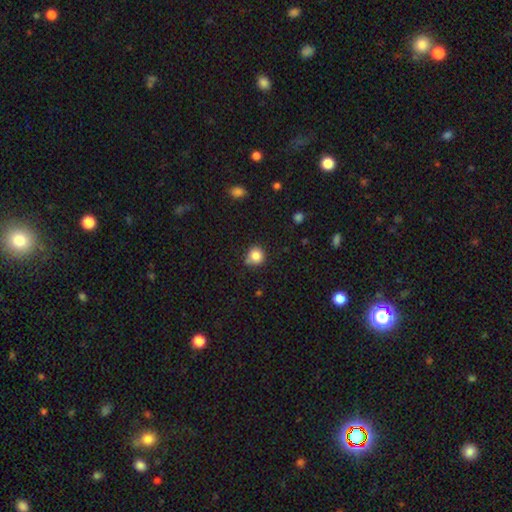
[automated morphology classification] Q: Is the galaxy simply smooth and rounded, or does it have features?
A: smooth — 83%.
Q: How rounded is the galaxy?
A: round — 88%.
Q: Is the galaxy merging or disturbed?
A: none — 71%.